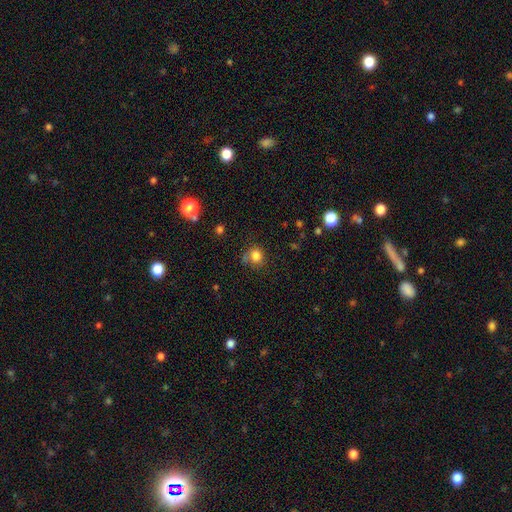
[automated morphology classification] Smooth or featured? smooth (81%)
How rounded? round (77%)
Merging? none (64%)